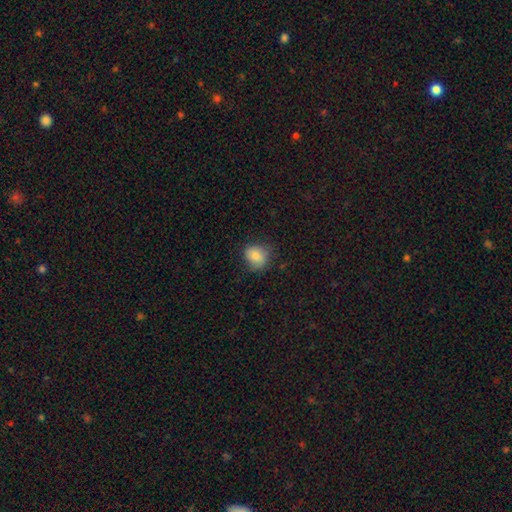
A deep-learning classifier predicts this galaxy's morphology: smooth_or_featured: smooth (p=0.81) [alt: featured or disk p=0.10]
how_rounded: round (p=0.71) [alt: in between p=0.28]
merging: none (p=0.70) [alt: minor disturbance p=0.23]